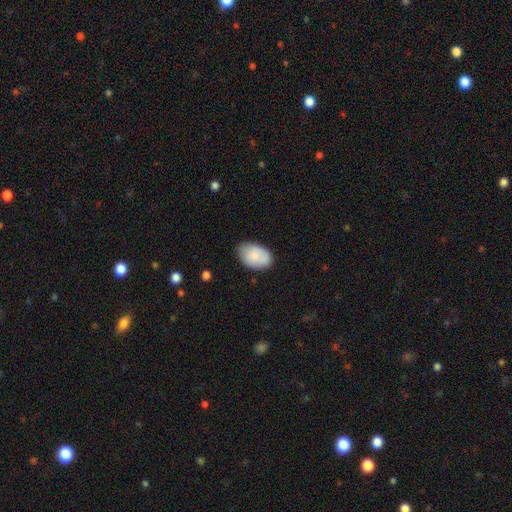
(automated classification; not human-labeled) Smooth or featured: smooth — 85% (featured or disk — 9%)
How rounded: in between — 90% (round — 9%)
Merging: none — 75% (minor disturbance — 20%)